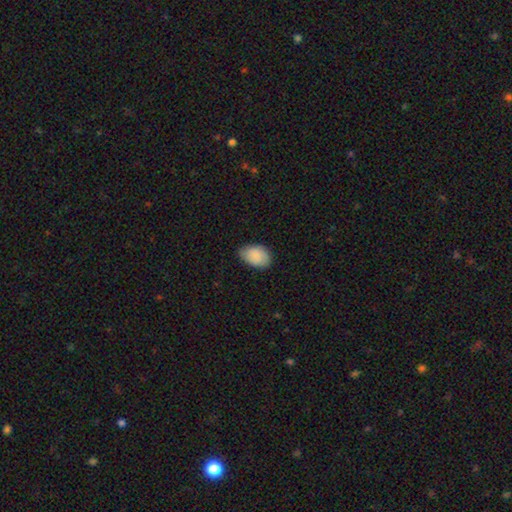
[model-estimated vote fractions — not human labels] smooth 86%, featured or disk 7%, star or artifact 6%. Down the decision tree: how rounded — in between (87%); merging — none (74%).